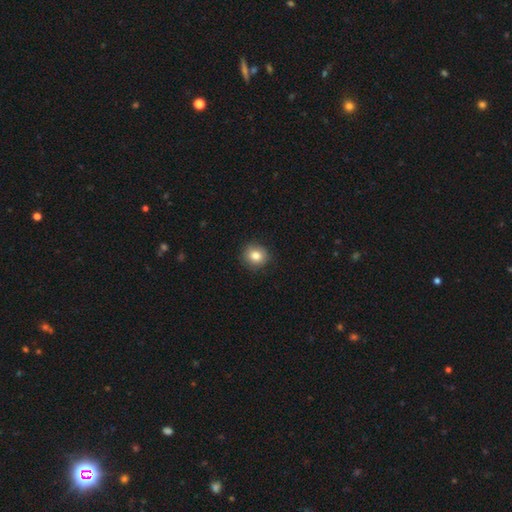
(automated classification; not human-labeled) The model was most divided on "how rounded": round: 85%, in between: 14%, cigar-shaped: 1%. More confident: merging — none (89%); smooth or featured — smooth (83%).